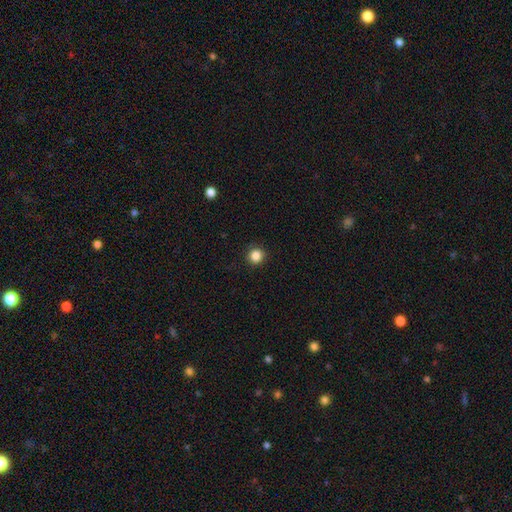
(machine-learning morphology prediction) A smooth galaxy with no disk features (85%) that is round (95%).

Vote fractions:
- Smooth or featured? smooth: 85% / star or artifact: 11% / featured or disk: 4%
- How rounded? round: 95% / in between: 4% / cigar-shaped: 1%
- Merging? none: 92% / minor disturbance: 5% / major disturbance: 2% / merger: 1%